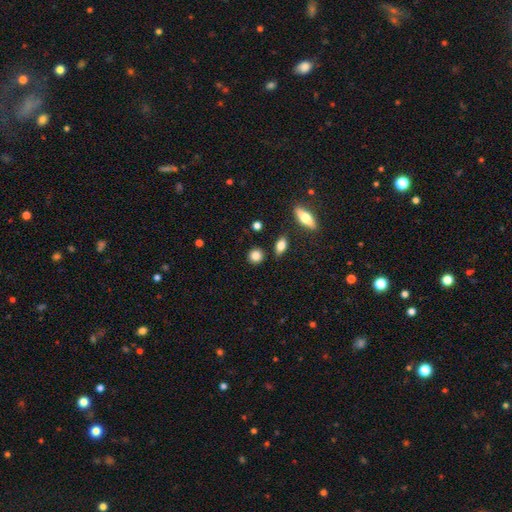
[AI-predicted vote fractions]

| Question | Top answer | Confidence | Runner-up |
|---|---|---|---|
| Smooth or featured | smooth | 83% | star or artifact (10%) |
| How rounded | round | 85% | in between (13%) |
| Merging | none | 87% | minor disturbance (8%) |